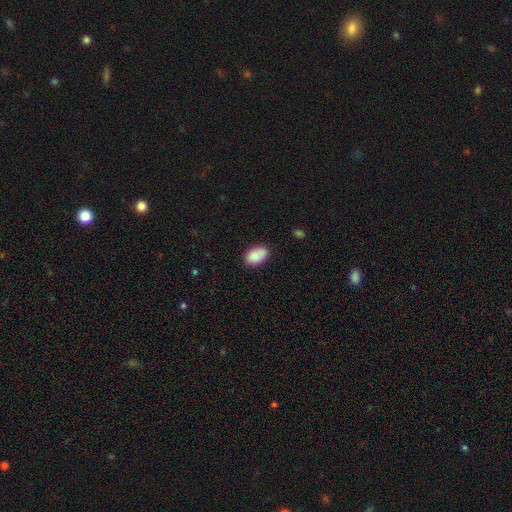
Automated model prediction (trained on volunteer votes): Morphology: type=smooth (82%); roundness=in between (88%); merging=none (66%).